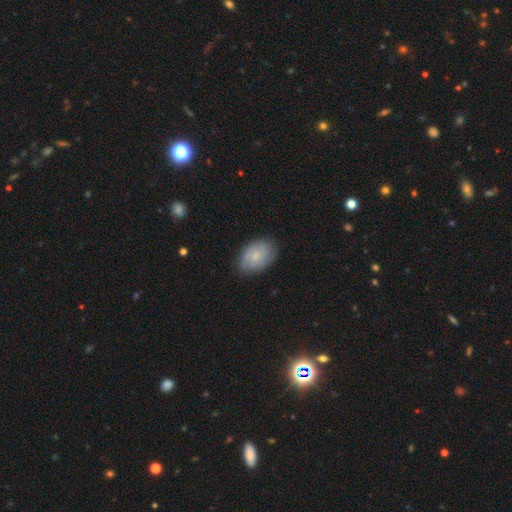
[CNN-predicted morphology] Smooth or featured? Predicted: smooth (p=0.61). How rounded? Predicted: in between (p=0.83). Merging? Predicted: none (p=0.79).